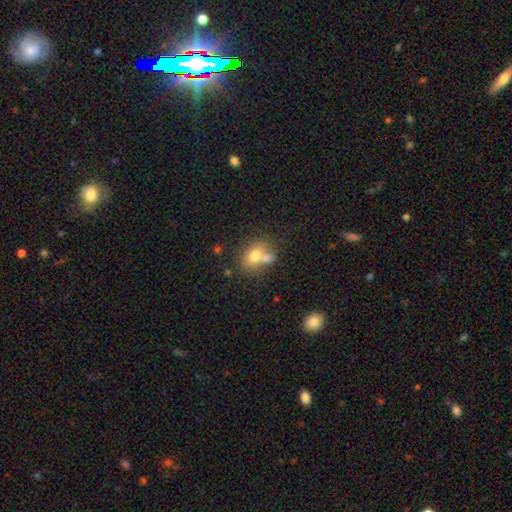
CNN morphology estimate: smooth-or-featured: smooth: 71% | featured or disk: 19% | star or artifact: 10%
  how-rounded: in between: 63% | round: 35% | cigar-shaped: 2%
  merging: merger: 42% | none: 39% | minor disturbance: 13% | major disturbance: 6%